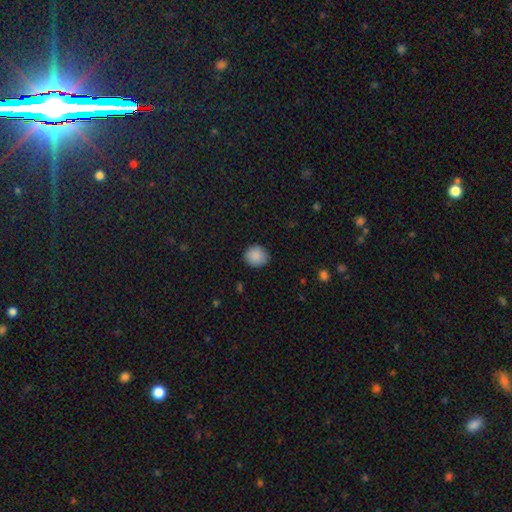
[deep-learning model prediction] The model was most divided on "how rounded": round: 86%, in between: 13%, cigar-shaped: 1%. More confident: smooth or featured — smooth (89%); merging — none (87%).